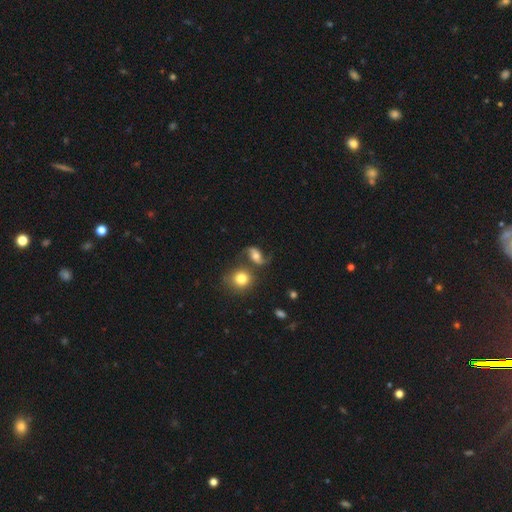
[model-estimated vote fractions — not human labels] Overall: featured or disk (67%). Edge-on disk: no (96%). Bar: no (45%; weak 36%). Spiral arms: yes (93%). Spiral arm count: 2 (91%). Spiral winding: loose (72%). Bulge size: moderate (50%; large 23%). Merging: none (60%).